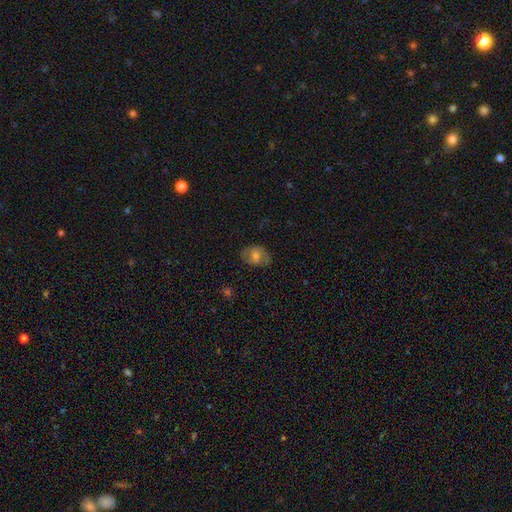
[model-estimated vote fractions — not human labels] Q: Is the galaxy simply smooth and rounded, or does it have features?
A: smooth — 53%.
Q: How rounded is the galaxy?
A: in between — 67%.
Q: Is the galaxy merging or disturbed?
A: none — 74%.